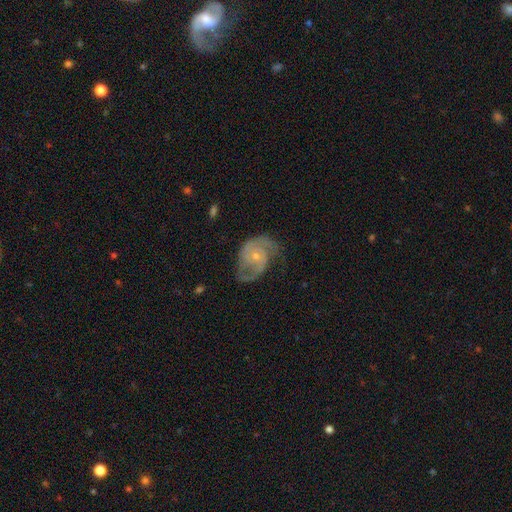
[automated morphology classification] Smooth or featured? Predicted: featured or disk (p=0.83). Edge-on disk? Predicted: no (p=0.98). Bar? Predicted: no (p=0.72). Spiral arms? Predicted: yes (p=0.94). Spiral winding? Predicted: medium (p=0.49). Spiral arm count? Predicted: 2 (p=0.79). Bulge size? Predicted: small (p=0.69). Merging? Predicted: none (p=0.59).